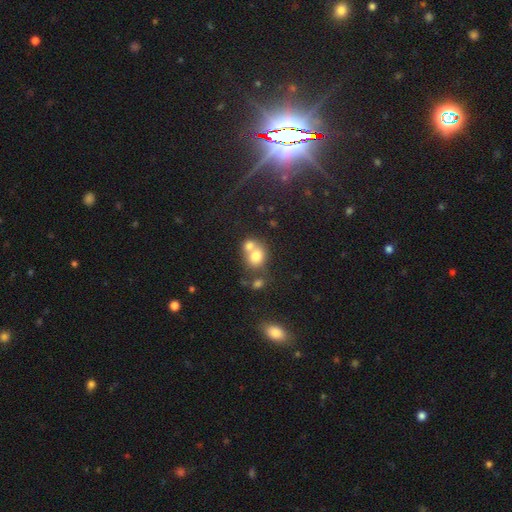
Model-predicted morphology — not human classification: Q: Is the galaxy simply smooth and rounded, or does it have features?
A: smooth — 72%.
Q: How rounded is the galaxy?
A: round — 65%.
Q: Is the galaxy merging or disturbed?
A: merger — 60%.